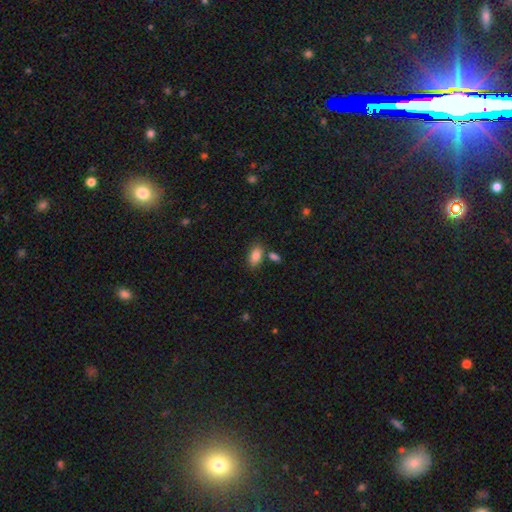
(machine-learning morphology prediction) smooth_or_featured: smooth (p=0.84) [alt: star or artifact p=0.08]
how_rounded: in between (p=0.91) [alt: round p=0.06]
merging: none (p=0.73) [alt: minor disturbance p=0.12]